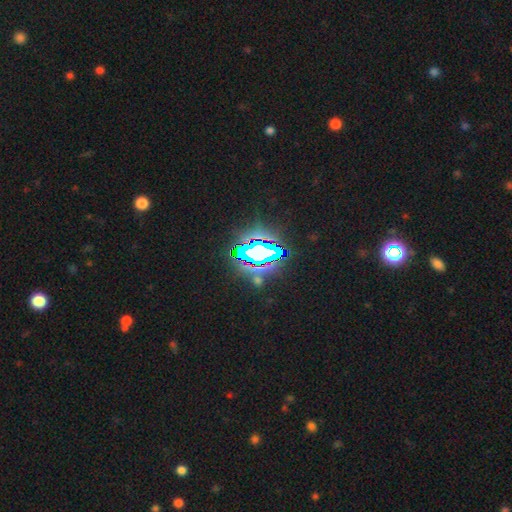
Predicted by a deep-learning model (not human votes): Morphology: type=star or artifact (72%).